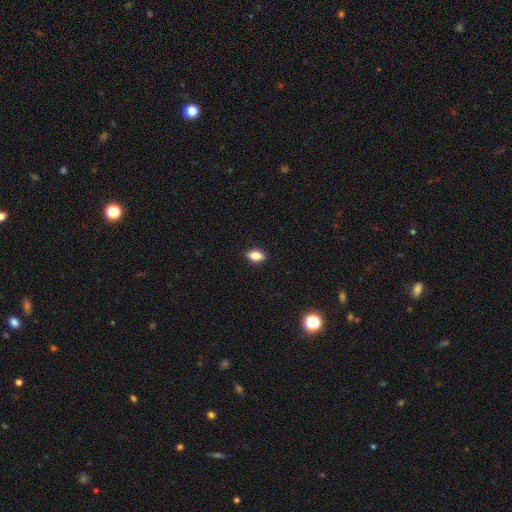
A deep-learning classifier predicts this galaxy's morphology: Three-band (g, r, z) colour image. It shows a smooth galaxy with no disk features (78%) that is in between round and cigar-shaped (84%). Merging: none (89%).